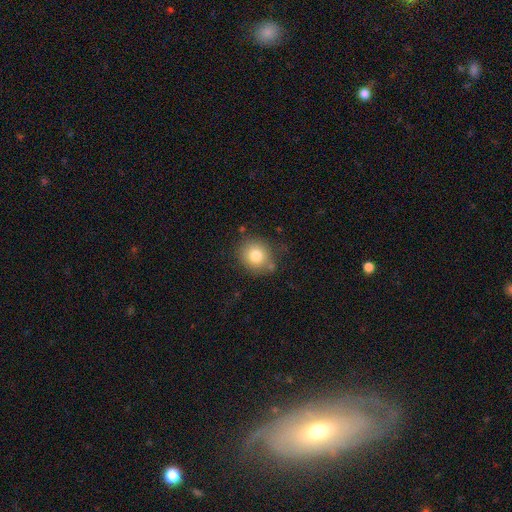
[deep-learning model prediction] Smooth or featured? smooth (79%)
How rounded? round (80%)
Merging? none (77%)